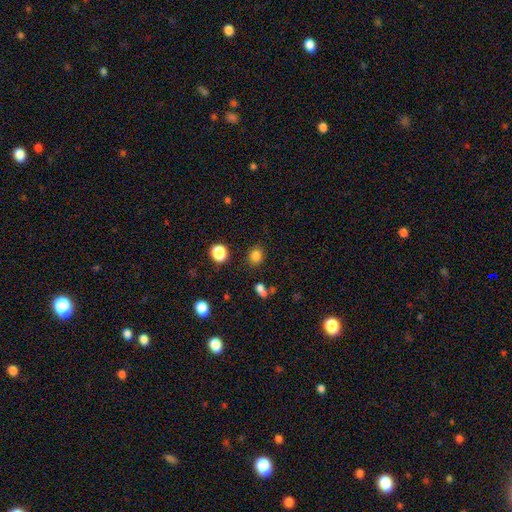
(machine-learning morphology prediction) The model was most divided on "how rounded": round: 67%, in between: 32%, cigar-shaped: 1%. More confident: merging — none (83%); smooth or featured — smooth (81%).